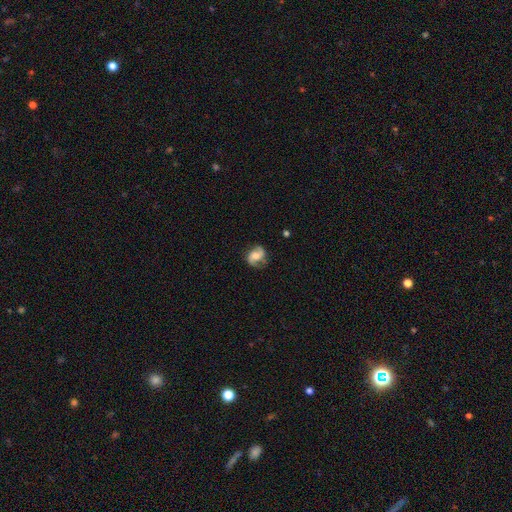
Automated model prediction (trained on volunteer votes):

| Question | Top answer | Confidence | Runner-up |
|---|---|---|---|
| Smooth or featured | featured or disk | 72% | smooth (21%) |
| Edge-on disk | no | 98% | yes (2%) |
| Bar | no | 53% | weak (37%) |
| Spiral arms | yes | 94% | no (6%) |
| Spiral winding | medium | 46% | loose (37%) |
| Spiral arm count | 2 | 90% | can't tell (4%) |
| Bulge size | moderate | 47% | small (22%) |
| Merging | none | 74% | minor disturbance (17%) |